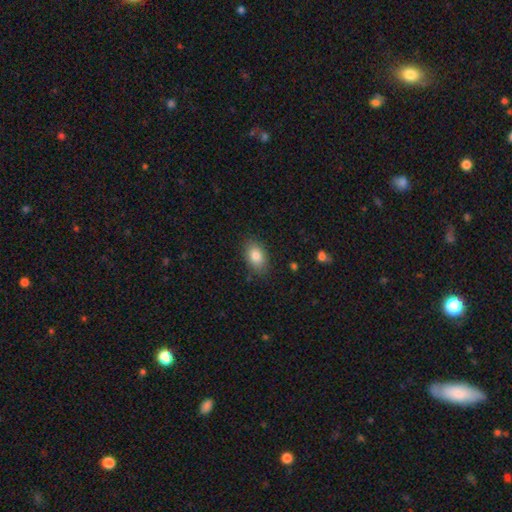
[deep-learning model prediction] smooth-or-featured: smooth: 84% | featured or disk: 9% | star or artifact: 8%
  how-rounded: in between: 87% | round: 12% | cigar-shaped: 2%
  merging: none: 83% | minor disturbance: 13% | major disturbance: 3% | merger: 1%